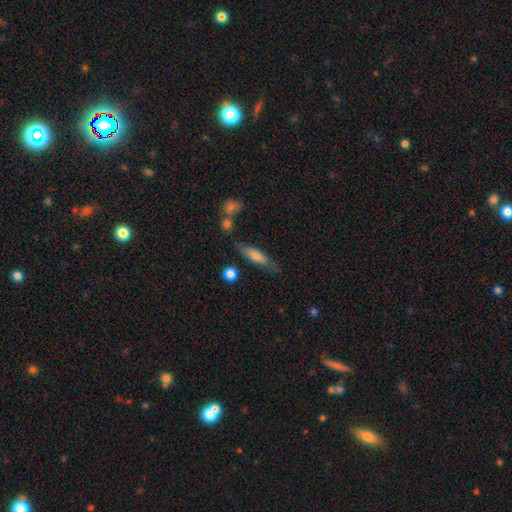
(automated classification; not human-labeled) Smooth or featured? Predicted: smooth (p=0.51). How rounded? Predicted: cigar-shaped (p=0.73). Merging? Predicted: none (p=0.72).